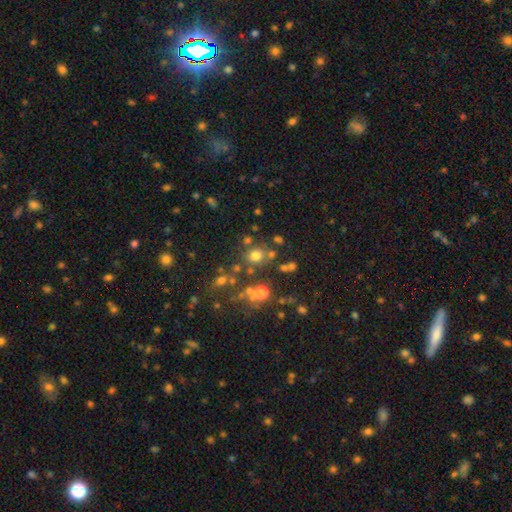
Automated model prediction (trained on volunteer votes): Smooth or featured: smooth — 67% (star or artifact — 22%)
How rounded: round — 81% (in between — 18%)
Merging: none — 70% (merger — 12%)